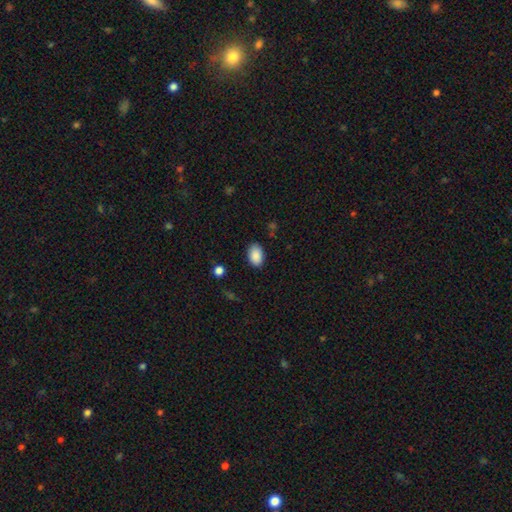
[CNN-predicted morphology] Overall: smooth (89%). How rounded: in between (88%). Merging: none (84%).